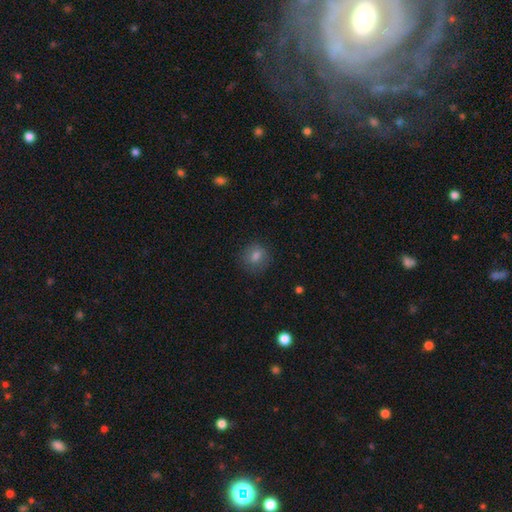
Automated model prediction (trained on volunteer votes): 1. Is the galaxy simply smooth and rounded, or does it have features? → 75% smooth, 14% star or artifact, 11% featured or disk.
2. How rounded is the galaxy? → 78% round, 21% in between, 1% cigar-shaped.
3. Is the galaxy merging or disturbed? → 83% none, 11% minor disturbance, 4% major disturbance, 1% merger.